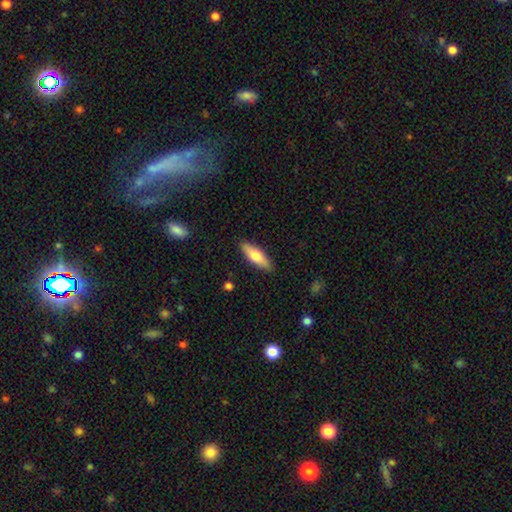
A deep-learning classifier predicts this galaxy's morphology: Smooth or featured: smooth — 66% (featured or disk — 29%)
How rounded: in between — 52% (cigar-shaped — 46%)
Merging: none — 89% (minor disturbance — 8%)